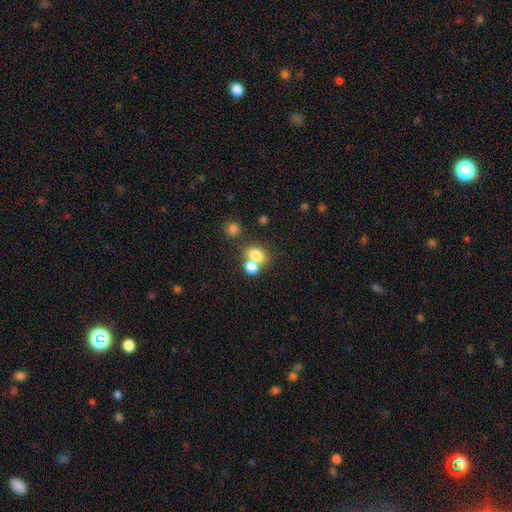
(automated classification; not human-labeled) Smooth or featured? Predicted: smooth (p=0.77). How rounded? Predicted: in between (p=0.64). Merging? Predicted: merger (p=0.49).